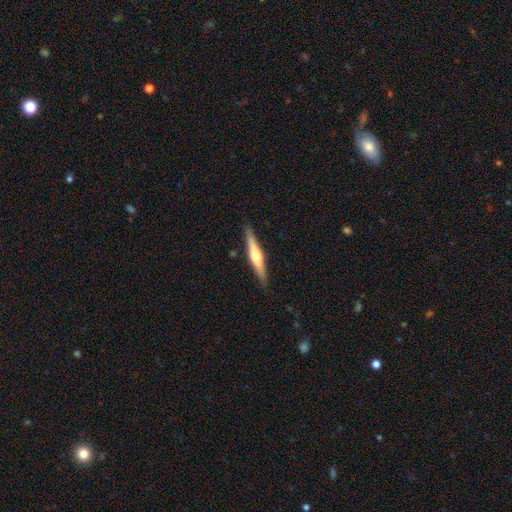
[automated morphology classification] This is possibly a featured or disk galaxy (59%). It is clearly viewed edge-on (97%). Edge-on bulge: clearly rounded (80%). Merging: clearly none (89%).